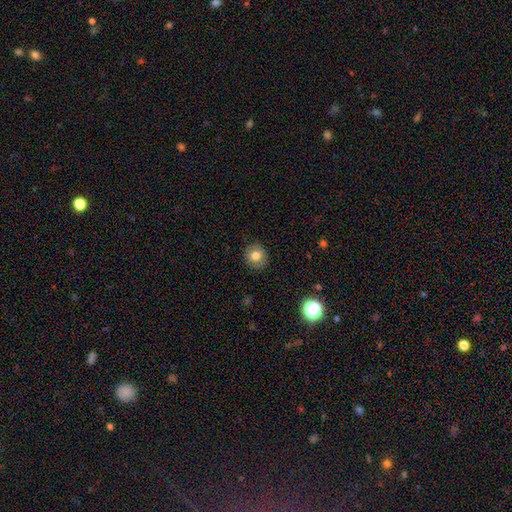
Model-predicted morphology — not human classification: Smooth or featured?
  - smooth: 78% *
  - featured or disk: 12%
  - star or artifact: 10%
How rounded?
  - round: 81% *
  - in between: 18%
  - cigar-shaped: 1%
Merging?
  - none: 89% *
  - minor disturbance: 8%
  - major disturbance: 2%
  - merger: 1%